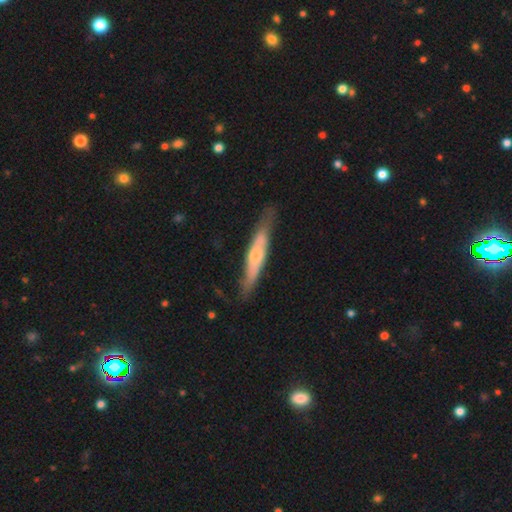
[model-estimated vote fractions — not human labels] A featured or disk galaxy (53%) viewed edge-on (74%). Merging: none (72%).